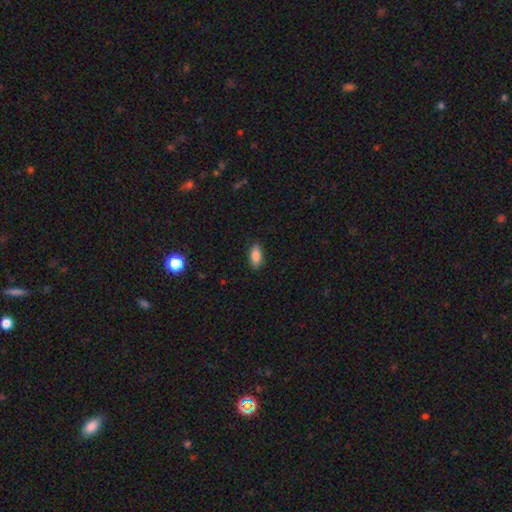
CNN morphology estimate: The model was most divided on "merging": none: 88%, minor disturbance: 9%, major disturbance: 2%, merger: 1%. More confident: how rounded — in between (89%); smooth or featured — smooth (86%).